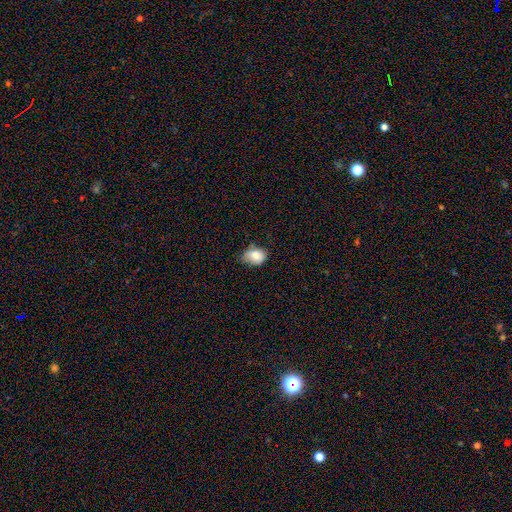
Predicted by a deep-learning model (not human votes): Smooth or featured? smooth (81%)
How rounded? in between (67%)
Merging? none (51%)